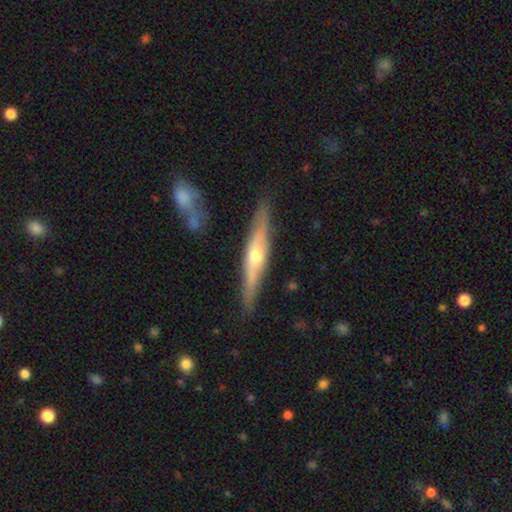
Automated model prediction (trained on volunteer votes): This is likely a featured or disk galaxy (69%). It is clearly viewed edge-on (92%). Edge-on bulge: clearly rounded (88%). Merging: clearly none (84%).